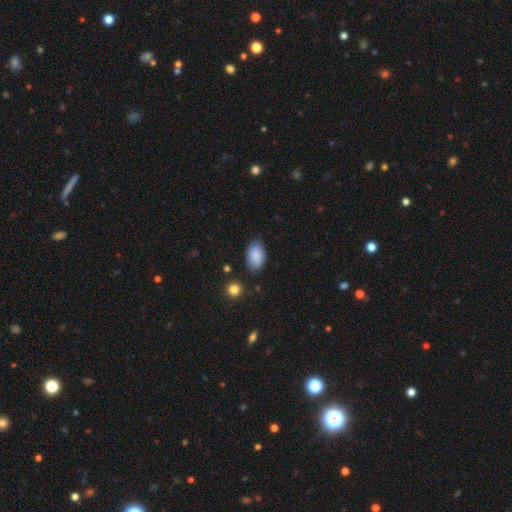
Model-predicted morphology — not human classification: The model was most divided on "merging": none: 79%, minor disturbance: 16%, major disturbance: 3%, merger: 2%. More confident: how rounded — in between (94%); smooth or featured — smooth (87%).